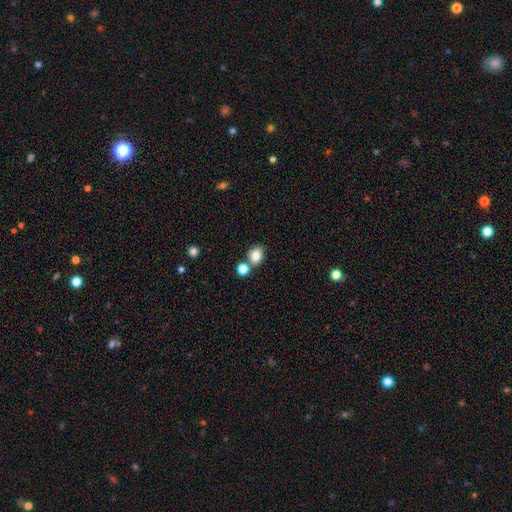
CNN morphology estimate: Smooth or featured: smooth — 81% (star or artifact — 11%)
How rounded: in between — 50% (round — 49%)
Merging: none — 66% (merger — 20%)